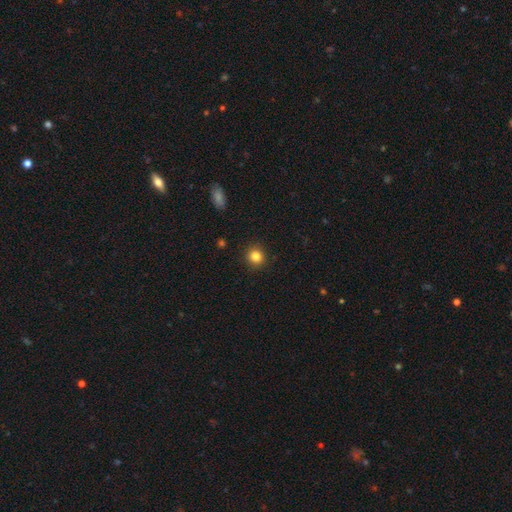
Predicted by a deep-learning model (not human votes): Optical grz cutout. It shows a smooth galaxy with no disk features (84%) that is round (91%). Merging: none (91%).